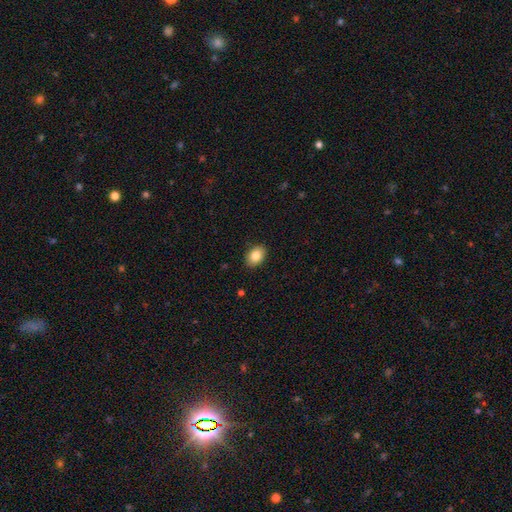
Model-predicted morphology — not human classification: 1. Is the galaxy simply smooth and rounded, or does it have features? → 85% smooth, 8% star or artifact, 7% featured or disk.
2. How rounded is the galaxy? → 79% in between, 20% round, 1% cigar-shaped.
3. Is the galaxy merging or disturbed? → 89% none, 8% minor disturbance, 2% major disturbance, 1% merger.